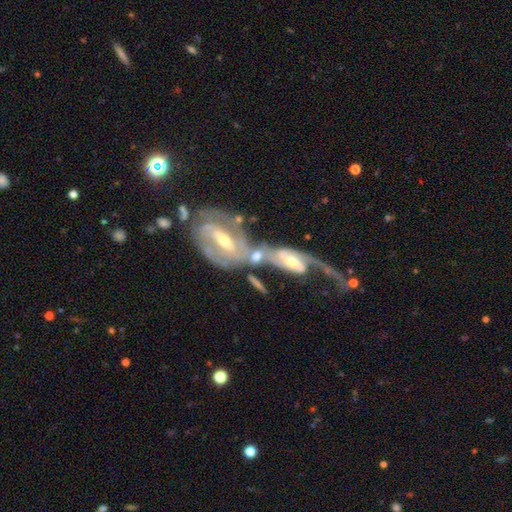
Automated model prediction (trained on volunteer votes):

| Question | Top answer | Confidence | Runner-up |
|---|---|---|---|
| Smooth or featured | featured or disk | 85% | smooth (9%) |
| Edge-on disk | no | 91% | yes (9%) |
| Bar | weak | 40% | tied: strong (40%) |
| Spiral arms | yes | 91% | no (9%) |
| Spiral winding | tight | 38% | tied: medium (38%) |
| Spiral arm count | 2 | 57% | can't tell (22%) |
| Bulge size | moderate | 57% | small (37%) |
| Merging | merger | 67% | none (14%) |